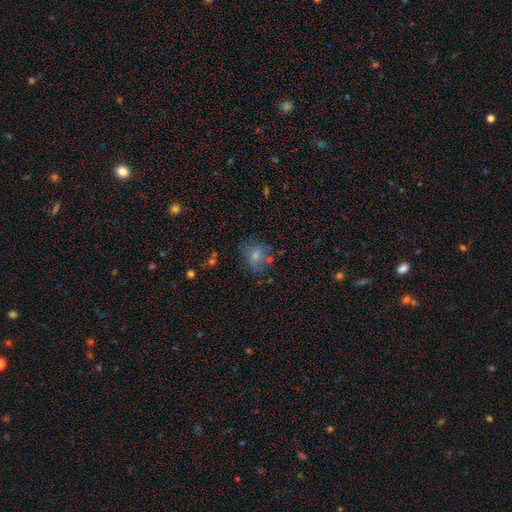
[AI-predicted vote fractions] This appears to be a smooth galaxy with no disk features (68%) that is in between round and cigar-shaped (52%). Merging: none (56%).